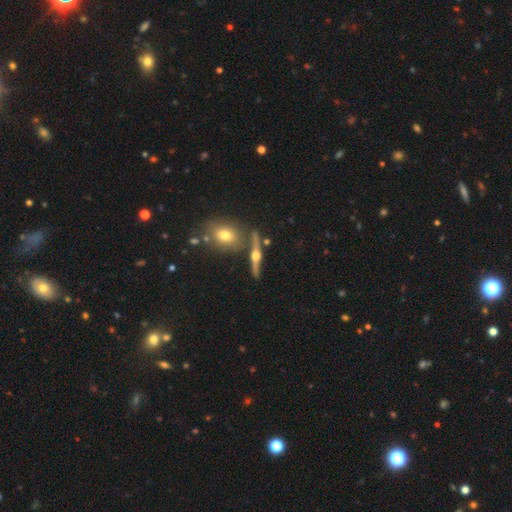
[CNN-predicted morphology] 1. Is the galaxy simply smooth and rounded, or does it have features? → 80% featured or disk, 13% smooth, 7% star or artifact.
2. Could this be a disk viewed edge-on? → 95% yes, 5% no.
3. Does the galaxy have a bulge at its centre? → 96% rounded, 2% boxy, 2% none.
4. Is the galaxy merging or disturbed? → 77% none, 10% minor disturbance, 9% merger, 4% major disturbance.